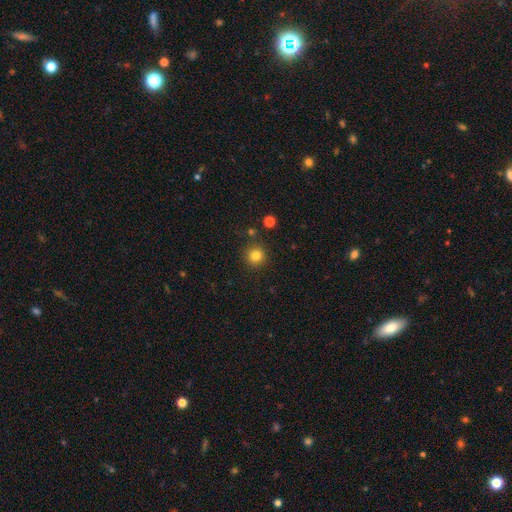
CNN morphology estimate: Smooth or featured: smooth — 82% (star or artifact — 13%)
How rounded: round — 94% (in between — 5%)
Merging: none — 88% (minor disturbance — 7%)